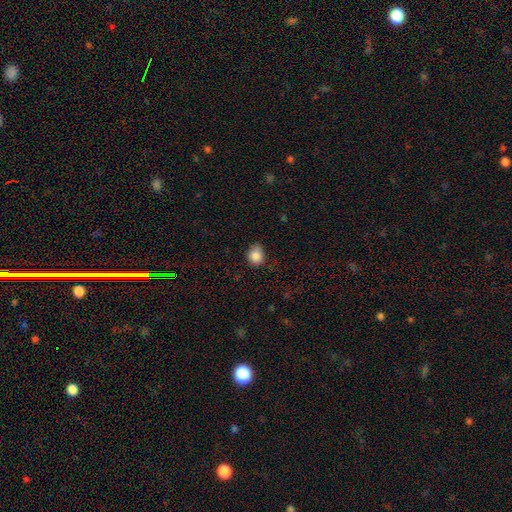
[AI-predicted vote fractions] Morphology: type=smooth (86%); roundness=round (71%); merging=none (68%).